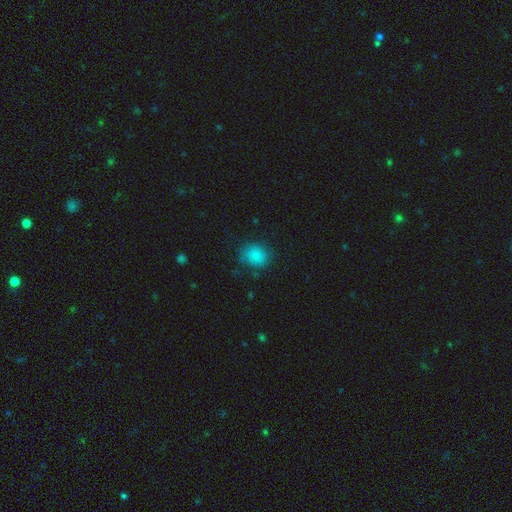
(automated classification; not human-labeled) smooth 81%, star or artifact 10%, featured or disk 9%. Down the decision tree: how rounded — round (67%); merging — none (72%).